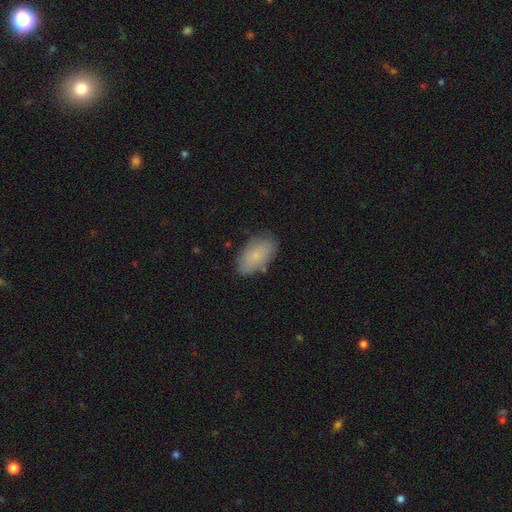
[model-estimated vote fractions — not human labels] Morphology: type=smooth (77%); roundness=in between (94%); merging=none (80%).